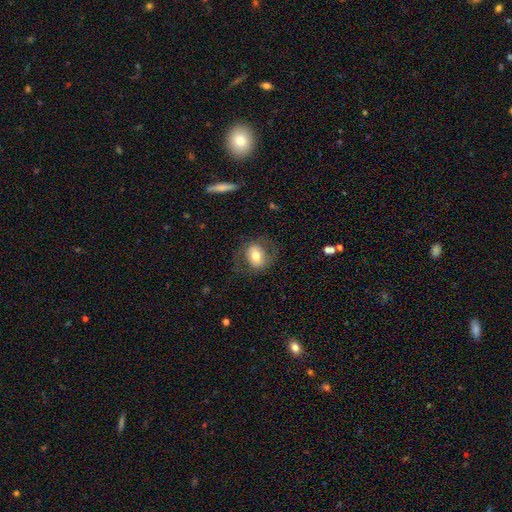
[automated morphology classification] Overall: smooth (58%; featured or disk 34%). How rounded: in between (55%; round 43%). Merging: none (69%).